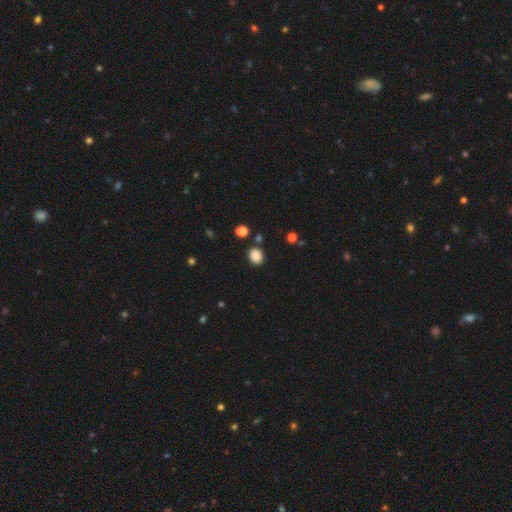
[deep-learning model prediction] The model was most divided on "how rounded": round: 51%, in between: 48%, cigar-shaped: 1%. More confident: smooth or featured — smooth (86%); merging — none (84%).